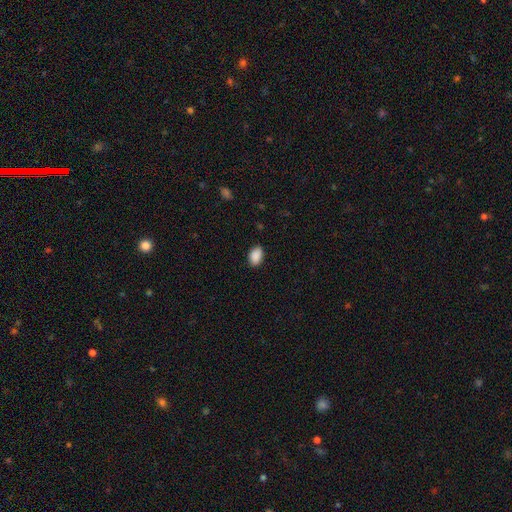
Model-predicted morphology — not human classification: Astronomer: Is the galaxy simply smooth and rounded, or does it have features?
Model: smooth — 90%.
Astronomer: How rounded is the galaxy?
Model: in between — 90%.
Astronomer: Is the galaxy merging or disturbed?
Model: none — 87%.